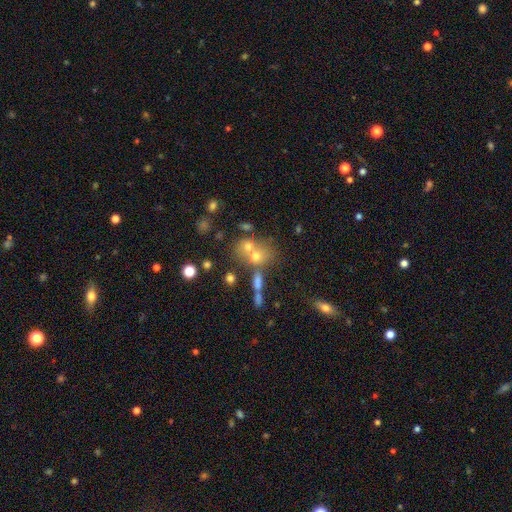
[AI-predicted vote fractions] smooth-or-featured: smooth: 55% | featured or disk: 25% | star or artifact: 20%
  how-rounded: round: 62% | in between: 36% | cigar-shaped: 2%
  merging: merger: 53% | none: 34% | minor disturbance: 8% | major disturbance: 5%